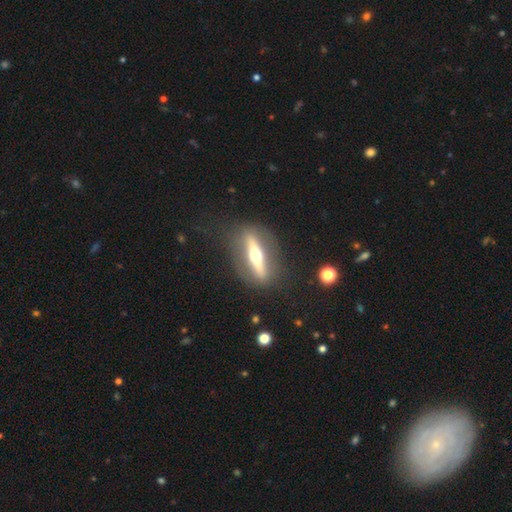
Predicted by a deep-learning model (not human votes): The model was most divided on "smooth or featured": featured or disk: 73%, smooth: 21%, star or artifact: 6%. More confident: edge-on bulge — rounded (95%); edge-on disk — yes (86%); merging — none (83%).